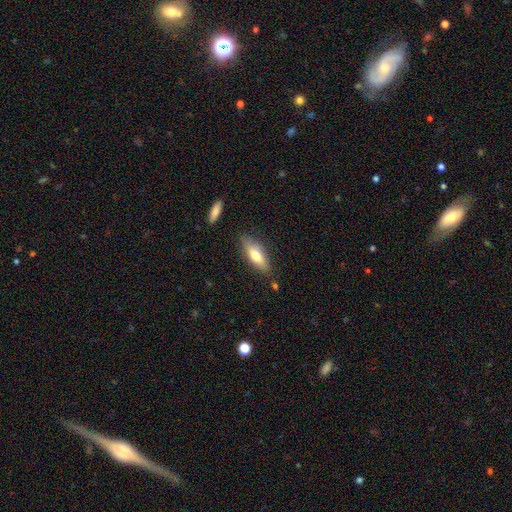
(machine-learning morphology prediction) smooth-or-featured: smooth: 67% | featured or disk: 26% | star or artifact: 7%
  how-rounded: in between: 63% | cigar-shaped: 35% | round: 2%
  merging: none: 78% | minor disturbance: 15% | major disturbance: 3% | merger: 3%